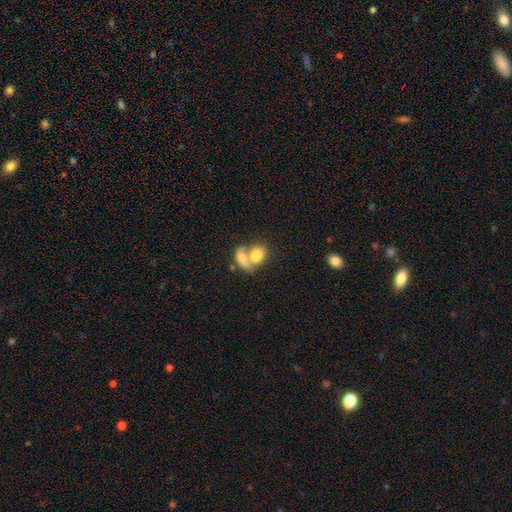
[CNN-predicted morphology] This appears to be a smooth galaxy with no disk features (78%) that is in between round and cigar-shaped (68%). Merging: merger (67%).